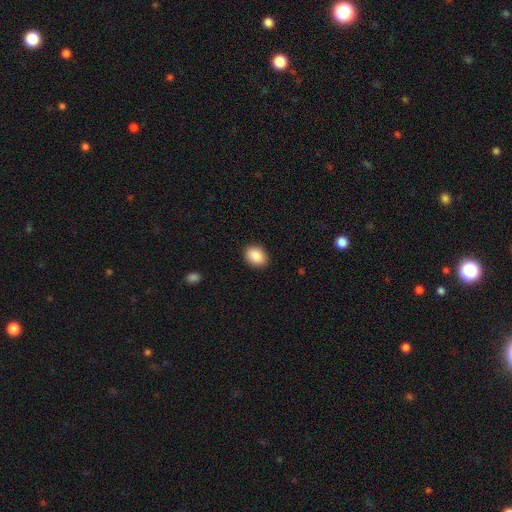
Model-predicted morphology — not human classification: This appears to be a smooth galaxy with no disk features (89%) that is in between round and cigar-shaped (69%). Merging: none (89%).